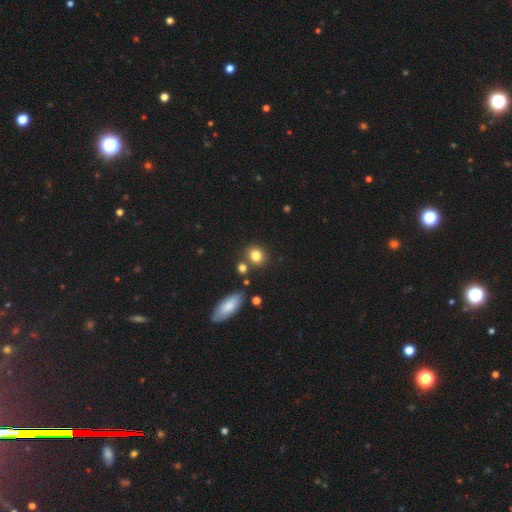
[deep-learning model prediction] The model was most divided on "how rounded": round: 70%, in between: 28%, cigar-shaped: 2%. More confident: smooth or featured — smooth (82%); merging — none (76%).